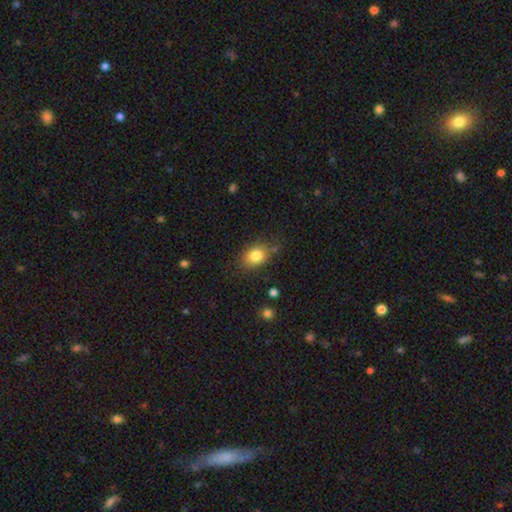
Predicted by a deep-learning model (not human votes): A smooth galaxy with no disk features (82%) that is in between round and cigar-shaped (64%).

Vote fractions:
- Smooth or featured? smooth: 82% / star or artifact: 9% / featured or disk: 8%
- How rounded? in between: 64% / round: 34% / cigar-shaped: 1%
- Merging? none: 75% / minor disturbance: 17% / major disturbance: 5% / merger: 3%